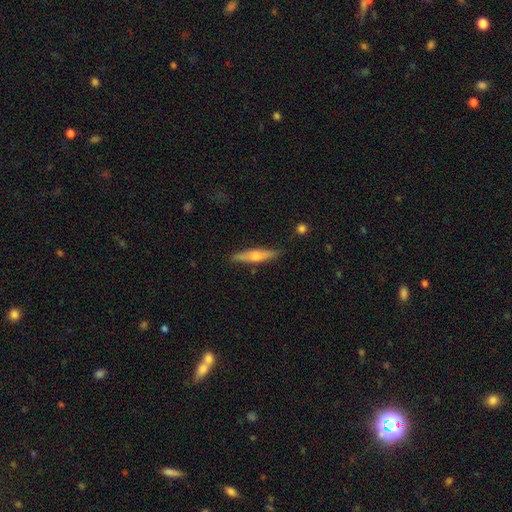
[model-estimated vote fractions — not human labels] Smooth or featured: featured or disk — 54% (smooth — 40%)
Edge-on disk: yes — 94% (no — 6%)
Edge-on bulge: rounded — 90% (none — 6%)
Merging: none — 87% (minor disturbance — 10%)